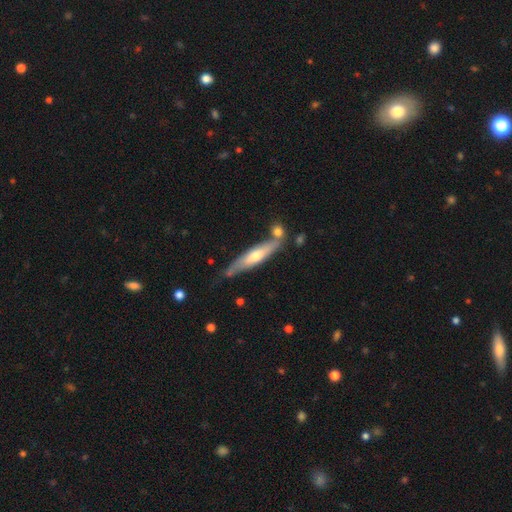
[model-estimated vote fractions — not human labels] Smooth or featured?
  - featured or disk: 50% *
  - smooth: 45%
  - star or artifact: 5%
Merging?
  - none: 65% *
  - minor disturbance: 18%
  - merger: 13%
  - major disturbance: 4%